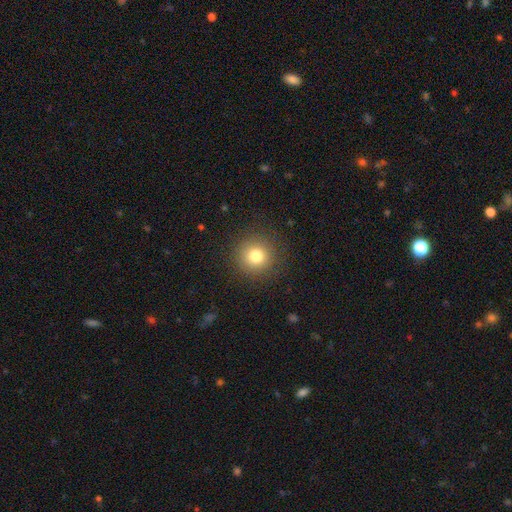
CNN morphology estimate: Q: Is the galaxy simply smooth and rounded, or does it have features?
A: smooth — 79%.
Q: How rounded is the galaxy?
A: round — 94%.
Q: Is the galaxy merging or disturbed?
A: none — 90%.